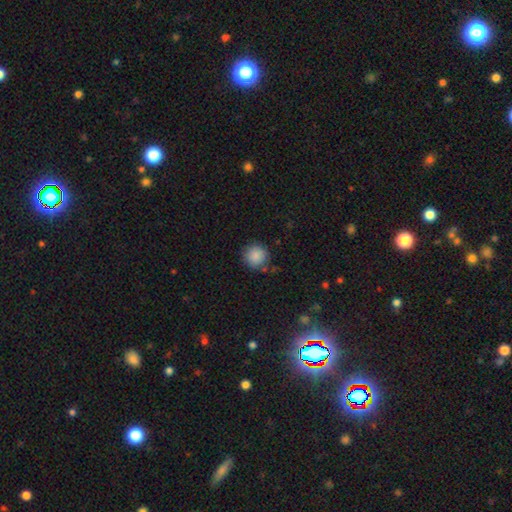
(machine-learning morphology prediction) Smooth or featured?
  - smooth: 88% *
  - star or artifact: 8%
  - featured or disk: 4%
How rounded?
  - round: 94% *
  - in between: 5%
  - cigar-shaped: 1%
Merging?
  - none: 83% *
  - minor disturbance: 11%
  - major disturbance: 3%
  - merger: 3%